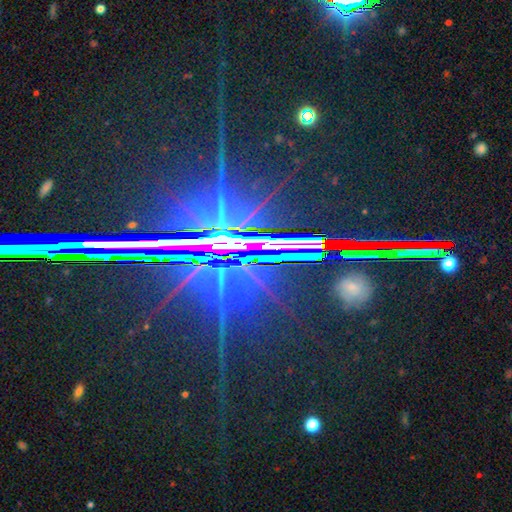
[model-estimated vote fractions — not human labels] Smooth or featured: star or artifact — 75% (featured or disk — 19%)